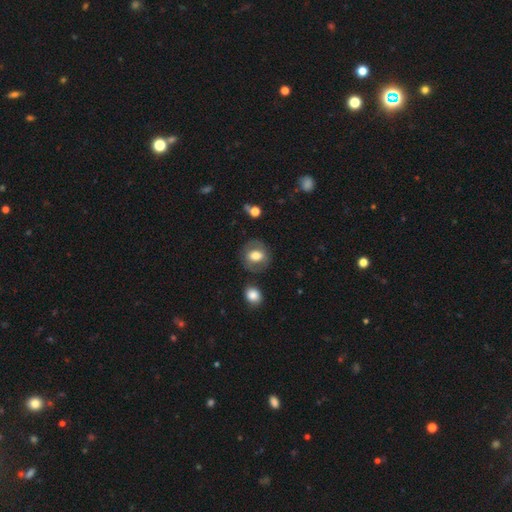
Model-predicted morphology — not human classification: Overall: smooth (61%; featured or disk 32%). How rounded: round (62%; in between 37%). Merging: none (79%).